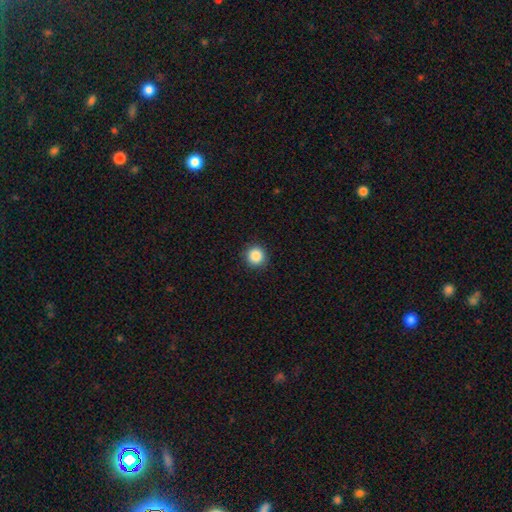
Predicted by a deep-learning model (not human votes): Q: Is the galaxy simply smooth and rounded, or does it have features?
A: smooth — 87%.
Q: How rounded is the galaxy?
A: round — 95%.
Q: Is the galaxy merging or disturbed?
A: none — 92%.